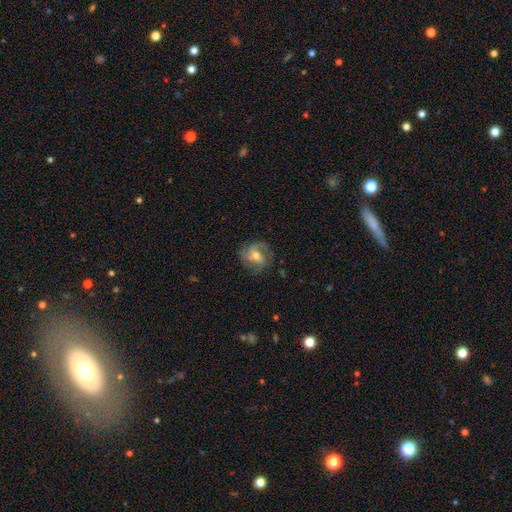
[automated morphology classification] Overall: featured or disk (70%). Edge-on disk: no (97%). Bar: weak (44%; no 38%). Spiral arms: yes (89%). Spiral arm count: 2 (52%; can't tell 18%). Spiral winding: medium (45%; tight 29%). Bulge size: moderate (61%; small 33%). Merging: none (71%).